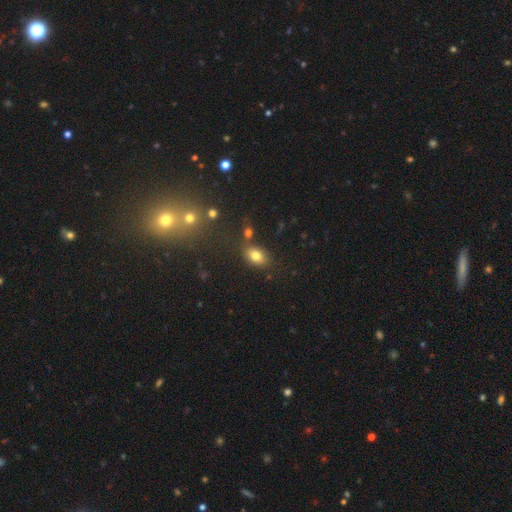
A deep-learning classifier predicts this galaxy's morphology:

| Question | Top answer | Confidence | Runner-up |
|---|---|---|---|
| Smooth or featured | smooth | 79% | star or artifact (11%) |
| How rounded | in between | 81% | round (17%) |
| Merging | none | 75% | minor disturbance (13%) |